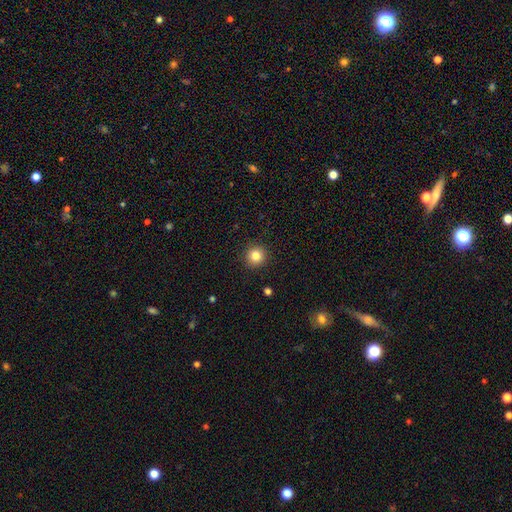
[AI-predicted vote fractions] smooth-or-featured: smooth: 83% | star or artifact: 11% | featured or disk: 6%
  how-rounded: round: 95% | in between: 4% | cigar-shaped: 1%
  merging: none: 92% | minor disturbance: 5% | major disturbance: 2% | merger: 1%